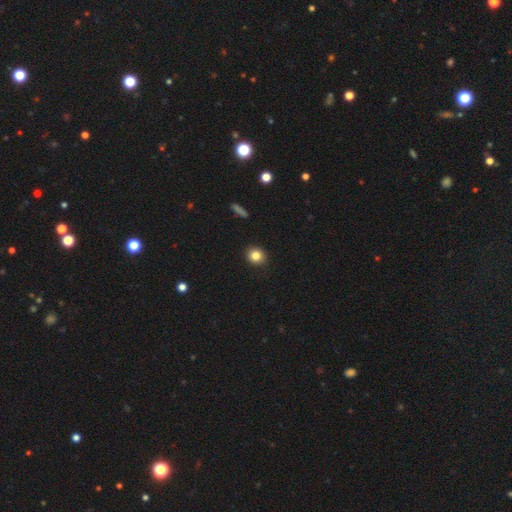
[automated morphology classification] Smooth or featured: smooth — 83% (star or artifact — 11%)
How rounded: round — 85% (in between — 13%)
Merging: none — 92% (minor disturbance — 6%)